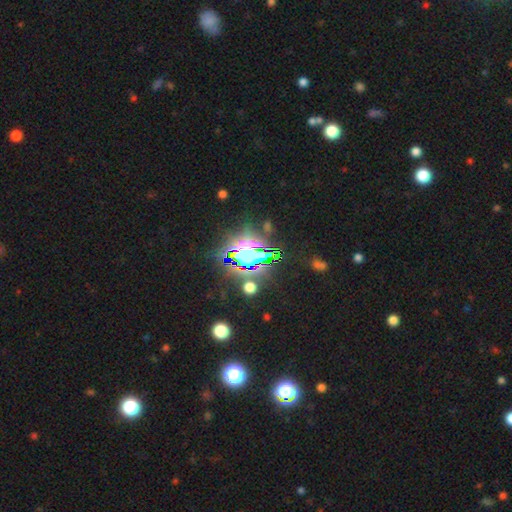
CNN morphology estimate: The model was most divided on "smooth or featured": star or artifact: 77%, smooth: 14%, featured or disk: 10%.